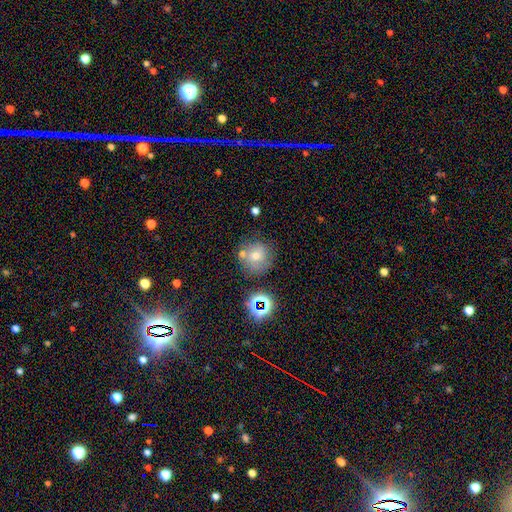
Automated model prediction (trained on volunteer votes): A smooth galaxy with no disk features (44%).

Vote fractions:
- Smooth or featured? smooth: 44% / featured or disk: 31% / star or artifact: 26%
- Merging? none: 66% / merger: 14% / minor disturbance: 14% / major disturbance: 5%